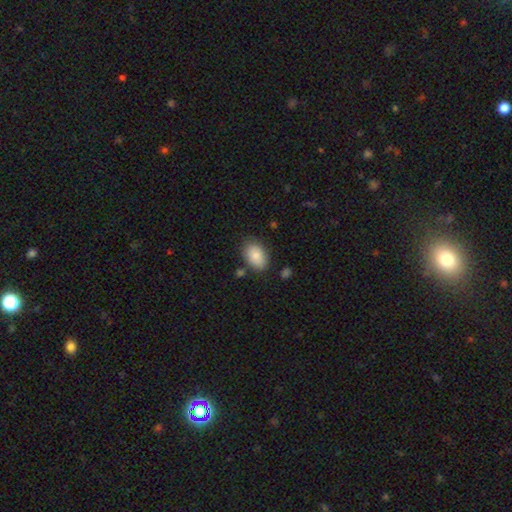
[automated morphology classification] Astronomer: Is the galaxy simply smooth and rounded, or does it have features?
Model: smooth — 85%.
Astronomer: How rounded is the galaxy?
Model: in between — 88%.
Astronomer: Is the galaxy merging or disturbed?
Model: none — 78%.